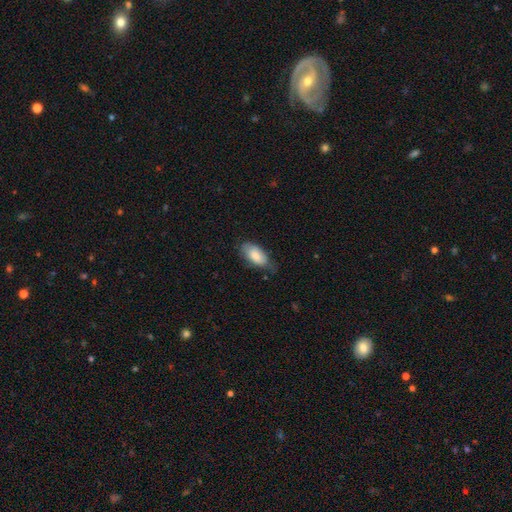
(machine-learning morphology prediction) Q: Smooth or featured?
A: smooth (81%); runner-up: featured or disk (13%)
Q: How rounded?
A: in between (92%); runner-up: cigar-shaped (5%)
Q: Merging?
A: none (54%); runner-up: minor disturbance (35%)